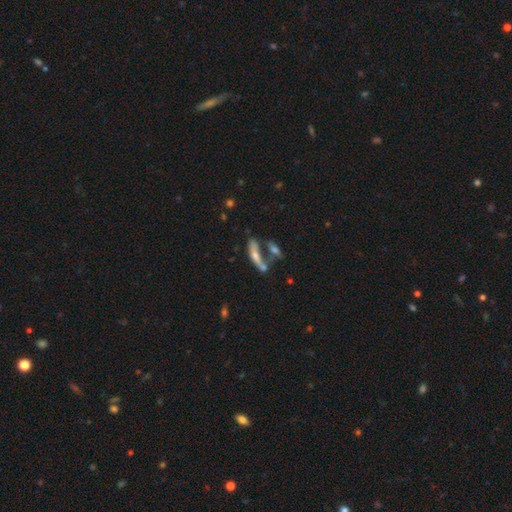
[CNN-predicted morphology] smooth-or-featured: featured or disk: 46% | smooth: 42% | star or artifact: 12%
  merging: none: 40% | merger: 37% | minor disturbance: 13% | major disturbance: 9%